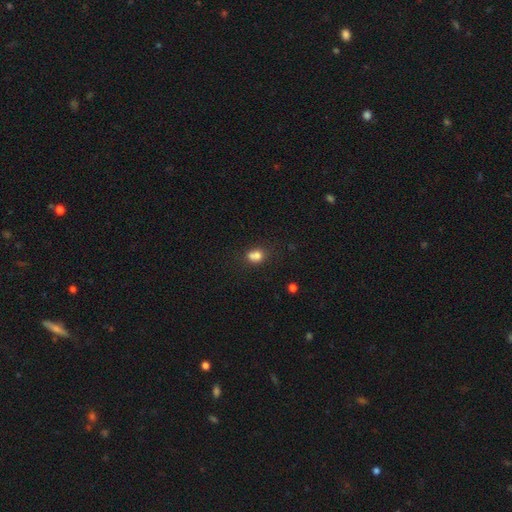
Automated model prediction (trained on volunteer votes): smooth 75%, featured or disk 12%, star or artifact 12%. Down the decision tree: how rounded — round (58%); merging — merger (46%).